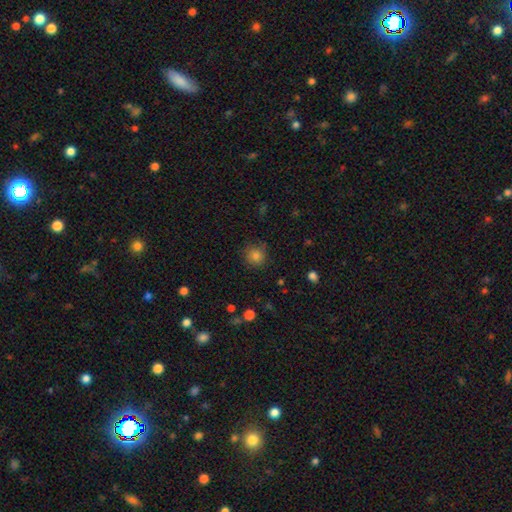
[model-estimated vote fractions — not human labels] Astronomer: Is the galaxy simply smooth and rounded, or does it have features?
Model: smooth — 81%.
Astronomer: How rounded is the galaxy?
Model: round — 92%.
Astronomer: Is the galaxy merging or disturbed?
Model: none — 83%.